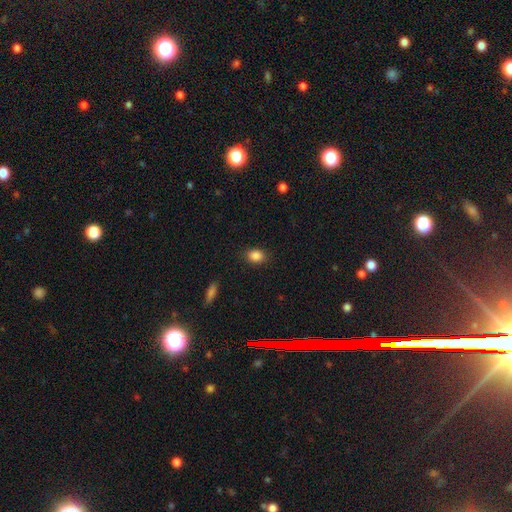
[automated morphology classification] smooth 87%, star or artifact 9%, featured or disk 4%. Down the decision tree: how rounded — in between (70%); merging — none (87%).